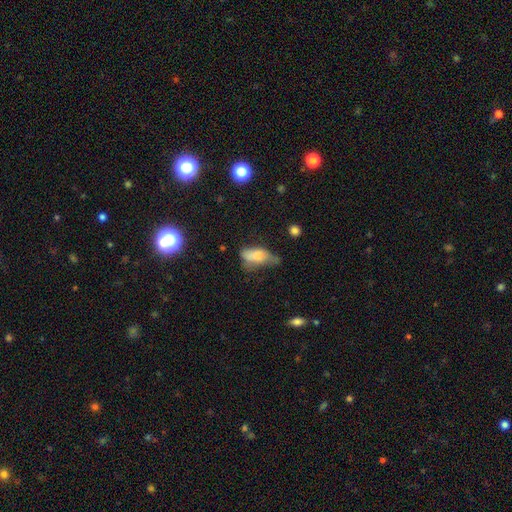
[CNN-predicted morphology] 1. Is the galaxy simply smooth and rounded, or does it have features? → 72% smooth, 17% featured or disk, 11% star or artifact.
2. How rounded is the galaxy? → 85% in between, 12% cigar-shaped, 4% round.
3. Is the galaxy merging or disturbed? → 38% minor disturbance, 34% major disturbance, 22% none, 6% merger.